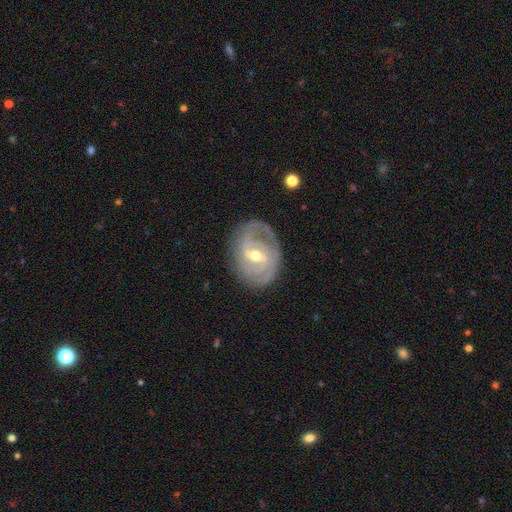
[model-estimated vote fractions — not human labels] The model was most divided on "bulge size": moderate: 59%, small: 37%, large: 2%, none: 1%, dominant: 1%. Remaining: edge-on disk — no (97%); spiral arms — yes (95%); smooth or featured — featured or disk (88%); merging — none (76%); spiral winding — tight (57%); bar — weak (52%); spiral arm count — 2 (48%).